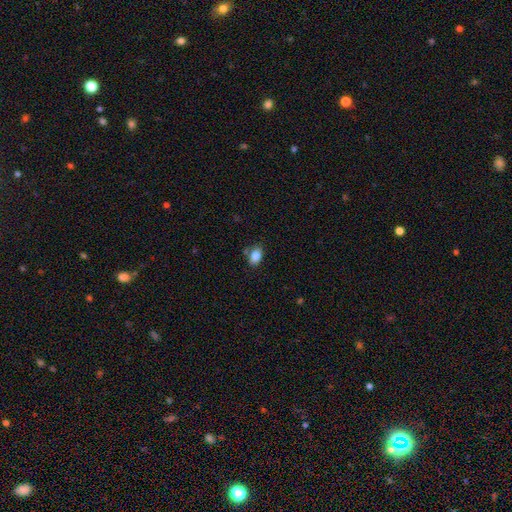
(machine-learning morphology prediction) smooth_or_featured: smooth (p=0.84) [alt: star or artifact p=0.09]
how_rounded: in between (p=0.85) [alt: round p=0.13]
merging: none (p=0.75) [alt: minor disturbance p=0.15]